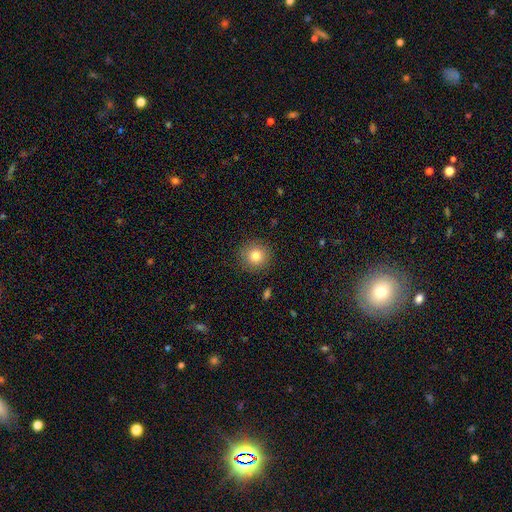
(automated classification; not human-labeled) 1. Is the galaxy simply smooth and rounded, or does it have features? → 80% smooth, 11% star or artifact, 9% featured or disk.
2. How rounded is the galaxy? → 94% round, 5% in between, 1% cigar-shaped.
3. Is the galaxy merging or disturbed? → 90% none, 7% minor disturbance, 2% major disturbance, 1% merger.